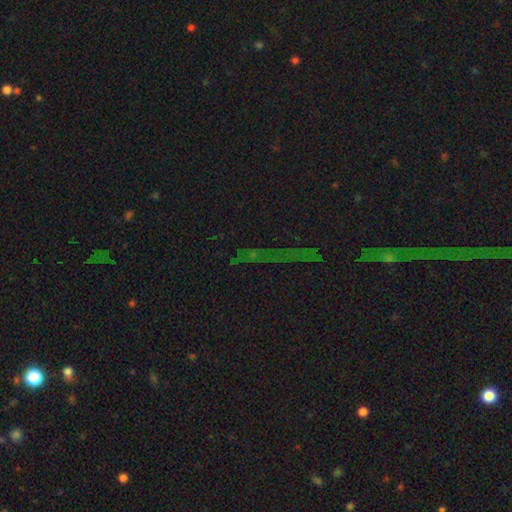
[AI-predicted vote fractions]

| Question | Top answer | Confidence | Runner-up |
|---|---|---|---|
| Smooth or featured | star or artifact | 75% | smooth (13%) |